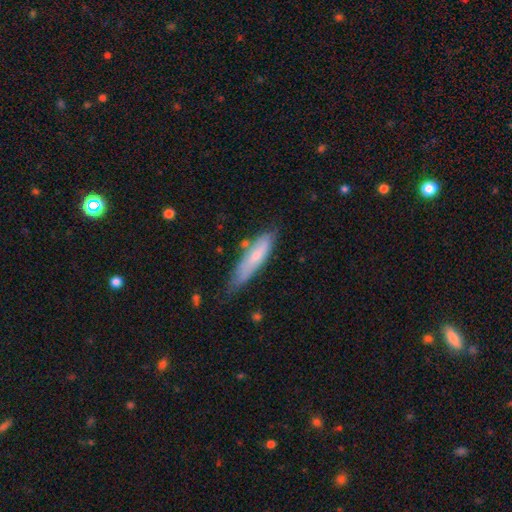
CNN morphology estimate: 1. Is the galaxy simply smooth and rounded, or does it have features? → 63% smooth, 31% featured or disk, 6% star or artifact.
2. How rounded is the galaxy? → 75% cigar-shaped, 23% in between, 2% round.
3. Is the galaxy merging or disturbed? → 66% none, 25% minor disturbance, 5% major disturbance, 4% merger.